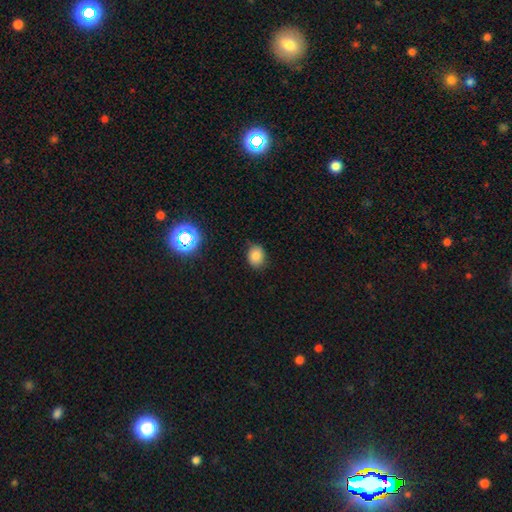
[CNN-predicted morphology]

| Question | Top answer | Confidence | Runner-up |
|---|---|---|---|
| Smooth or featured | smooth | 80% | star or artifact (14%) |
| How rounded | round | 51% | in between (48%) |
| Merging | none | 77% | minor disturbance (18%) |